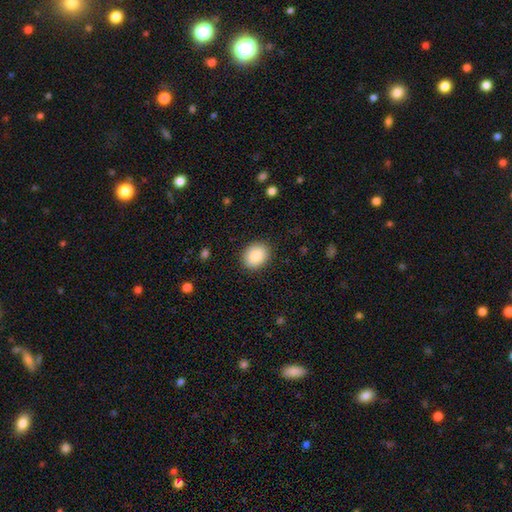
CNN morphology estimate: The model was most divided on "how rounded": in between: 51%, round: 49%, cigar-shaped: 1%. More confident: merging — none (89%); smooth or featured — smooth (86%).